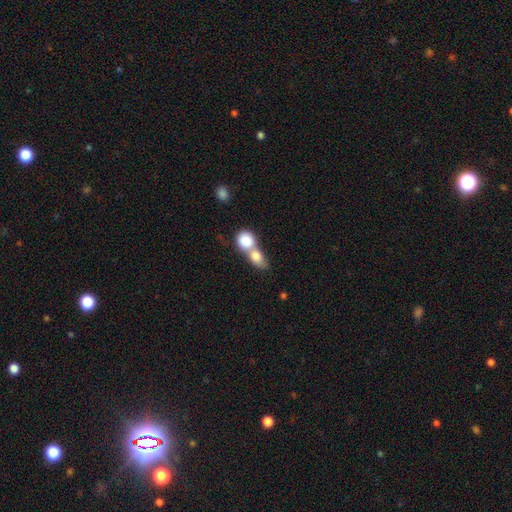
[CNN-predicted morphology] This is clearly a smooth galaxy (80%). How rounded: possibly in between (51%). Merging: likely merger (76%).